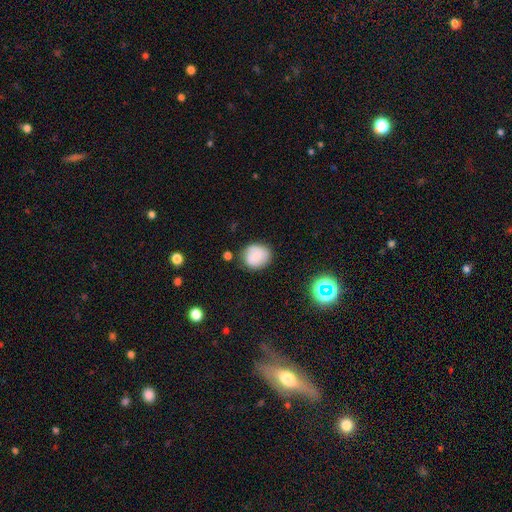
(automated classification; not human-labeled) smooth_or_featured: smooth (p=0.78) [alt: featured or disk p=0.12]
how_rounded: round (p=0.76) [alt: in between p=0.23]
merging: none (p=0.77) [alt: minor disturbance p=0.15]